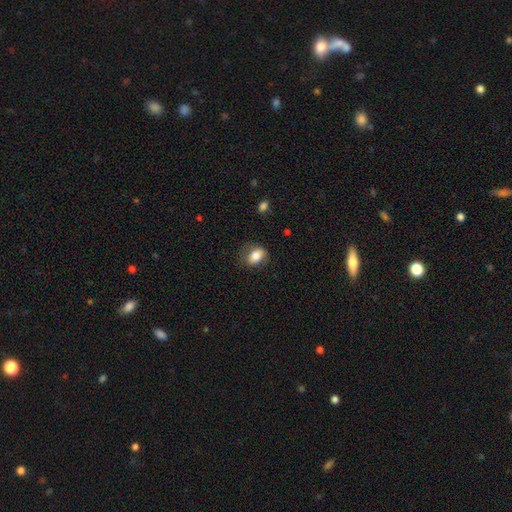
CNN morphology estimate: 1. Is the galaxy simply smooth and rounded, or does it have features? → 80% smooth, 13% featured or disk, 8% star or artifact.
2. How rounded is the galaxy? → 78% in between, 21% round, 2% cigar-shaped.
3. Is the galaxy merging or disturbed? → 64% none, 25% minor disturbance, 10% major disturbance, 1% merger.